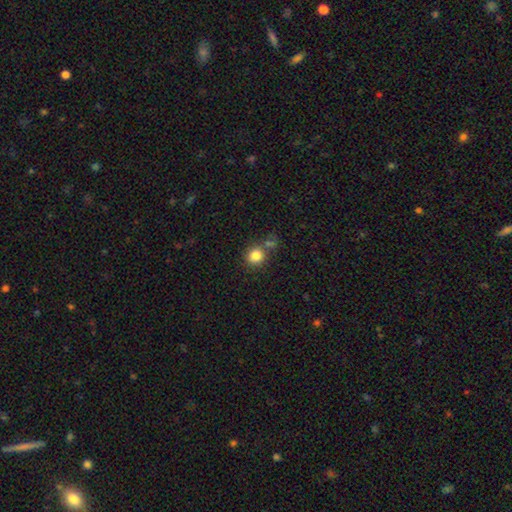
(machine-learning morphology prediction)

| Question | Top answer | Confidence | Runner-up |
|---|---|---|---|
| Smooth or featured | smooth | 83% | star or artifact (11%) |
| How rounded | round | 87% | in between (12%) |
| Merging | none | 70% | merger (15%) |